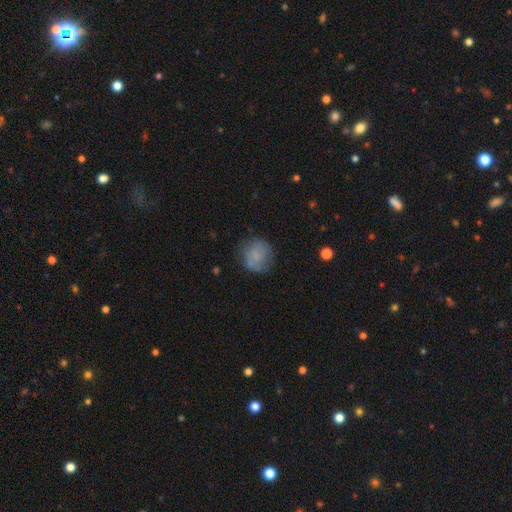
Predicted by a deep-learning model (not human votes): Smooth or featured? Predicted: smooth (p=0.69). How rounded? Predicted: round (p=0.83). Merging? Predicted: none (p=0.66).